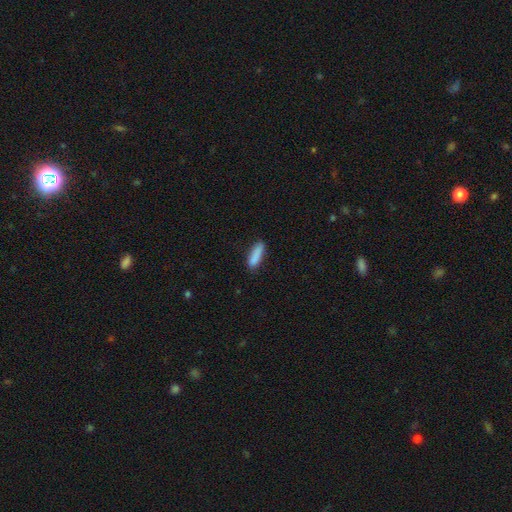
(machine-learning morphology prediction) This appears to be a smooth galaxy with no disk features (87%) that is cigar-shaped (65%). Merging: none (81%).